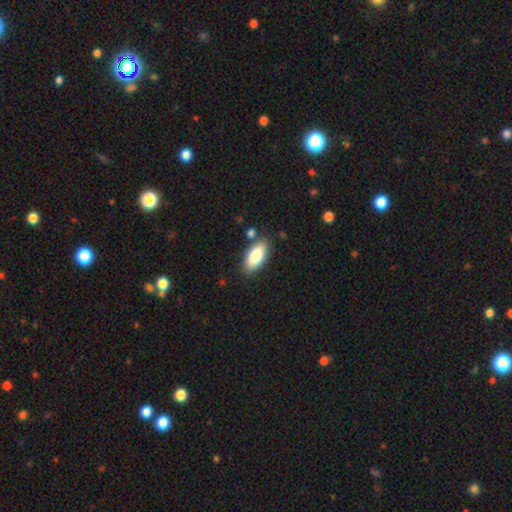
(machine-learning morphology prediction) Smooth or featured? smooth (83%)
How rounded? in between (90%)
Merging? none (82%)